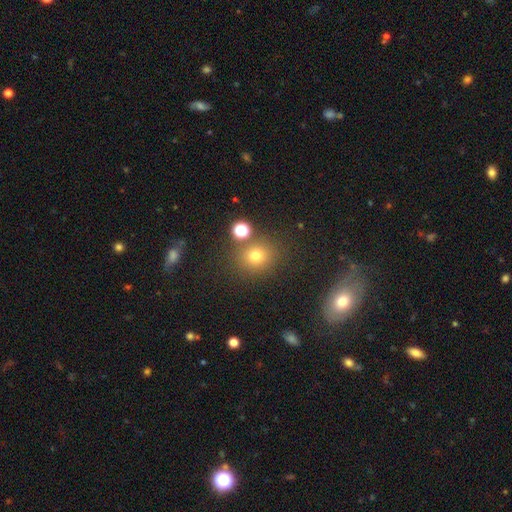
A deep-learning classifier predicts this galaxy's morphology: A smooth galaxy with no disk features (72%) that is round (79%). Merging: none (77%).